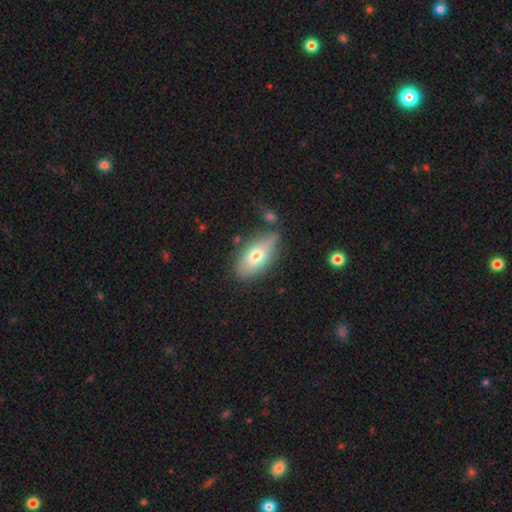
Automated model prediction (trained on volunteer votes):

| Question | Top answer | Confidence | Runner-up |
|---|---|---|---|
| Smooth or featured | smooth | 66% | featured or disk (26%) |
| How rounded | in between | 87% | cigar-shaped (9%) |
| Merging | none | 68% | minor disturbance (19%) |